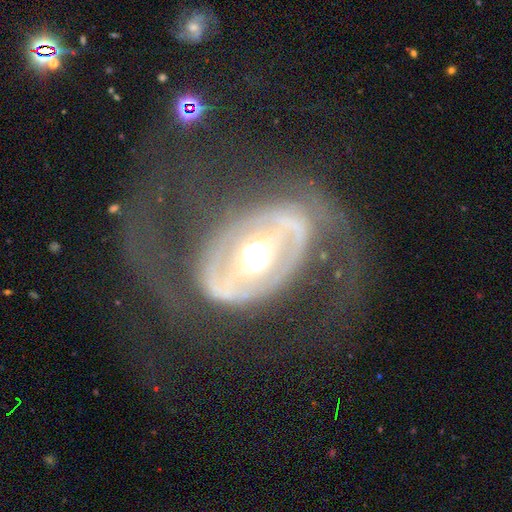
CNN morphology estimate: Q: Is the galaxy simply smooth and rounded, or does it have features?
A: featured or disk — 81%.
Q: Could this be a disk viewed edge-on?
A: no — 94%.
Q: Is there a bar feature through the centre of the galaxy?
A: no — 39%.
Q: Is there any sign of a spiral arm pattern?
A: yes — 64%.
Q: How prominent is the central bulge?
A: moderate — 60%.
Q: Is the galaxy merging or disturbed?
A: none — 58%.